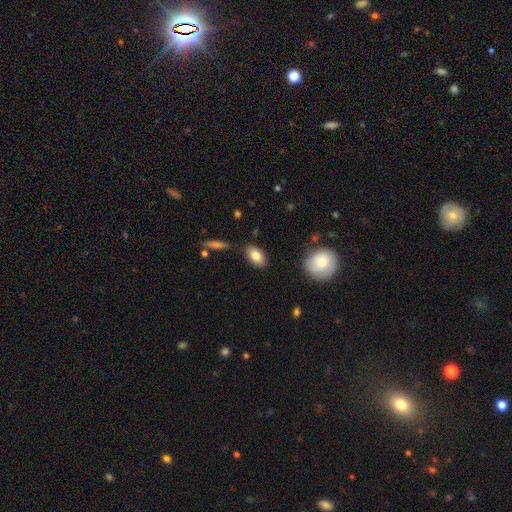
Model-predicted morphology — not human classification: Smooth or featured: smooth — 82% (featured or disk — 10%)
How rounded: in between — 90% (round — 7%)
Merging: none — 83% (minor disturbance — 11%)